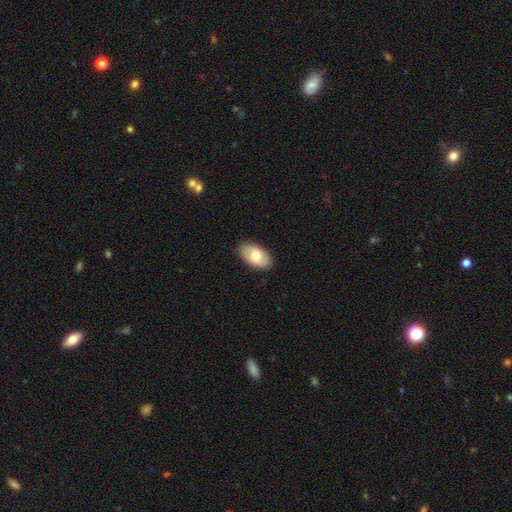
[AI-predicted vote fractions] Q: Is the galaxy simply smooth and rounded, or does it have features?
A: smooth — 74%.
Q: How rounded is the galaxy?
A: in between — 94%.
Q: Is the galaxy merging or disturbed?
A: none — 87%.